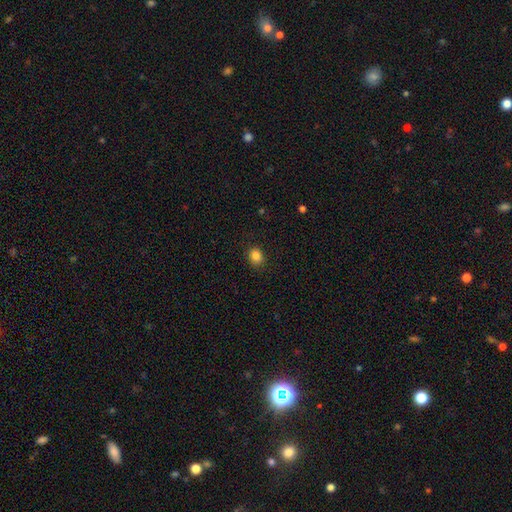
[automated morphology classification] smooth 85%, star or artifact 11%, featured or disk 4%. Down the decision tree: how rounded — round (64%); merging — none (87%).